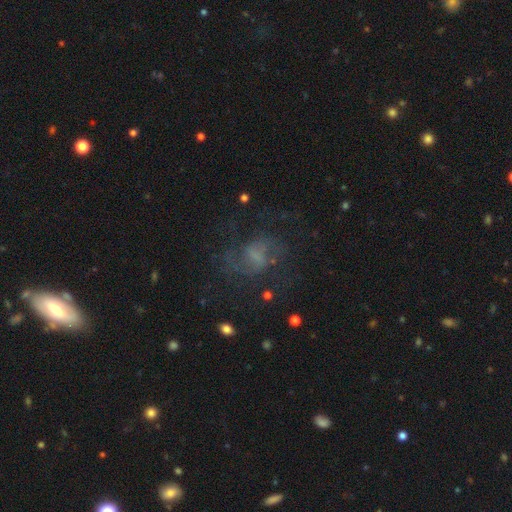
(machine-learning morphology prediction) Smooth or featured: featured or disk — 56% (smooth — 26%)
Edge-on disk: no — 97% (yes — 3%)
Bar: no — 46% (weak — 43%)
Spiral arms: yes — 73% (no — 27%)
Bulge size: none — 40% (small — 30%)
Merging: none — 55% (major disturbance — 24%)